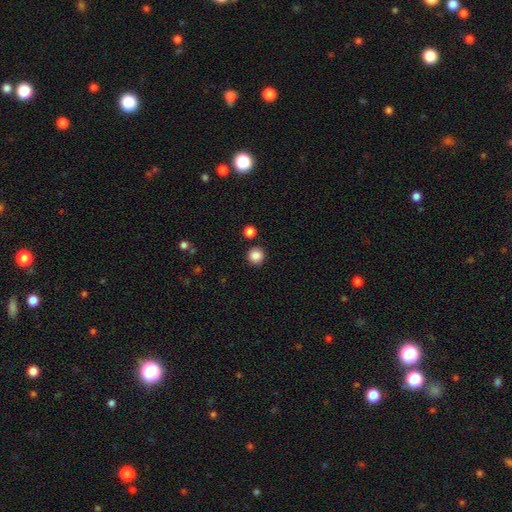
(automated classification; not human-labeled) Smooth or featured: smooth — 86% (star or artifact — 10%)
How rounded: round — 95% (in between — 4%)
Merging: none — 89% (minor disturbance — 5%)